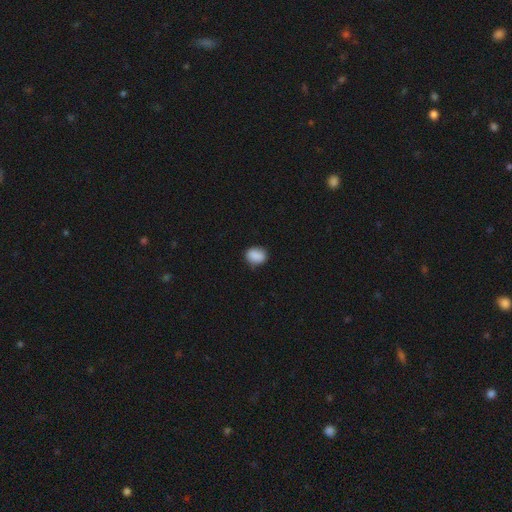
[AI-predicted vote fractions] Smooth or featured: smooth — 89% (star or artifact — 8%)
How rounded: in between — 59% (round — 40%)
Merging: none — 82% (minor disturbance — 14%)